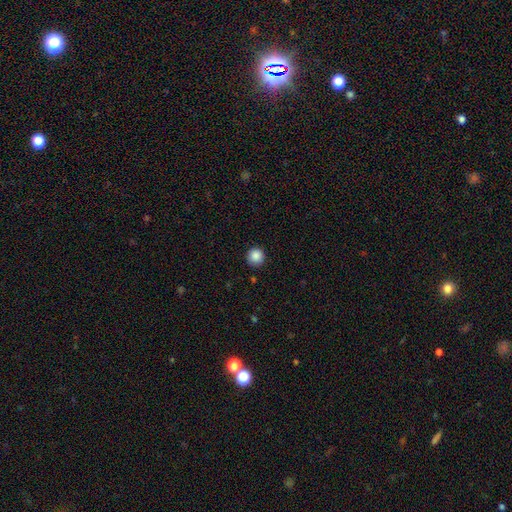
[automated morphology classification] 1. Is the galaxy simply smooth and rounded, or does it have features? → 88% smooth, 9% star or artifact, 3% featured or disk.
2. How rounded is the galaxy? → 96% round, 3% in between, 1% cigar-shaped.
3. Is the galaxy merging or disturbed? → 91% none, 6% minor disturbance, 2% major disturbance, 1% merger.